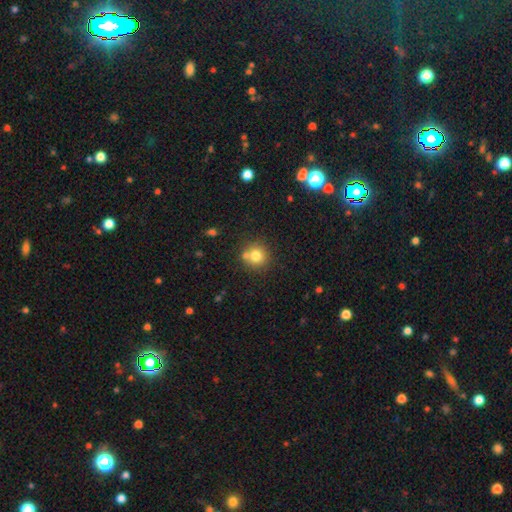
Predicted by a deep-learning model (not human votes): Q: Smooth or featured?
A: smooth (76%); runner-up: star or artifact (13%)
Q: How rounded?
A: round (91%); runner-up: in between (8%)
Q: Merging?
A: none (67%); runner-up: merger (20%)